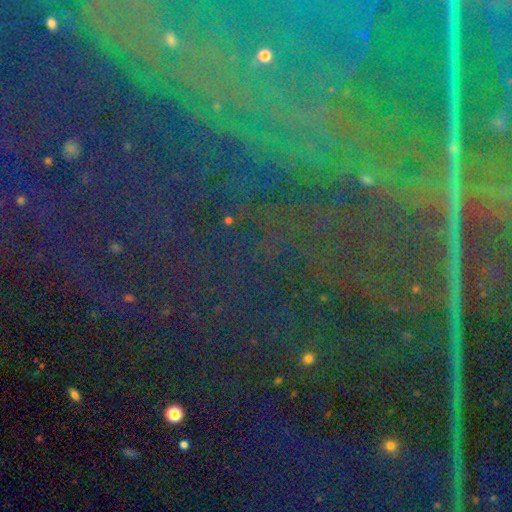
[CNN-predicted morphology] Q: Smooth or featured?
A: star or artifact (80%); runner-up: smooth (10%)